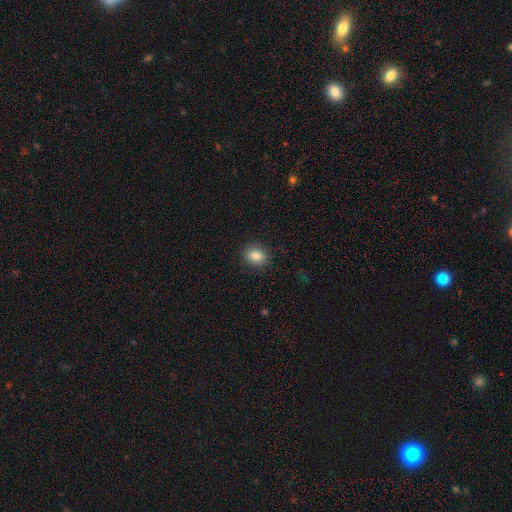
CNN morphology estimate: The model was most divided on "how rounded": round: 67%, in between: 32%, cigar-shaped: 1%. More confident: merging — none (89%); smooth or featured — smooth (84%).